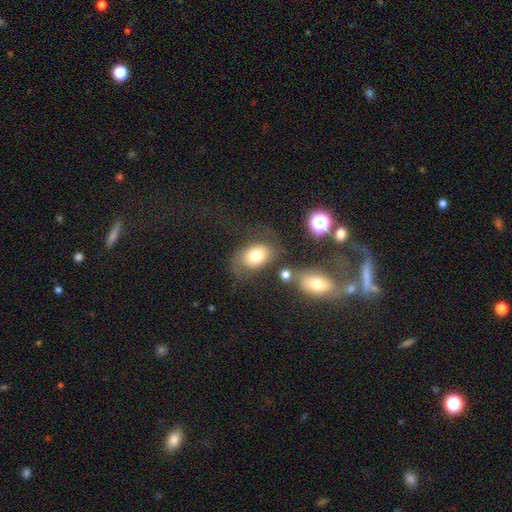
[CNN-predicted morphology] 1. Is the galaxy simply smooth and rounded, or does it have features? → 71% smooth, 19% featured or disk, 10% star or artifact.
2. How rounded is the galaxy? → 77% in between, 22% round, 1% cigar-shaped.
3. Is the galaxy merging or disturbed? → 58% none, 20% minor disturbance, 14% major disturbance, 8% merger.